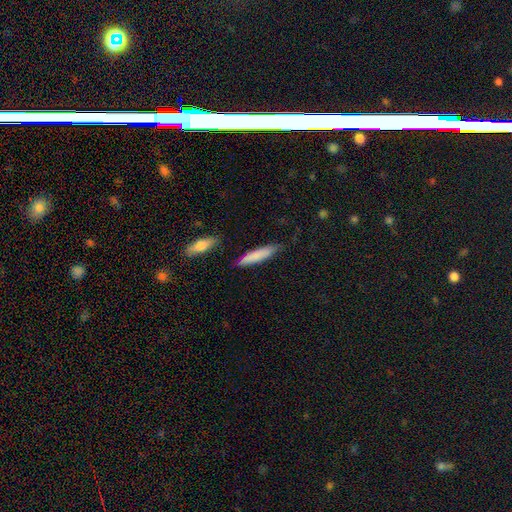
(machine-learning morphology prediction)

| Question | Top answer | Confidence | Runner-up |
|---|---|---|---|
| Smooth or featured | smooth | 79% | featured or disk (15%) |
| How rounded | cigar-shaped | 83% | in between (15%) |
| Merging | none | 80% | minor disturbance (14%) |